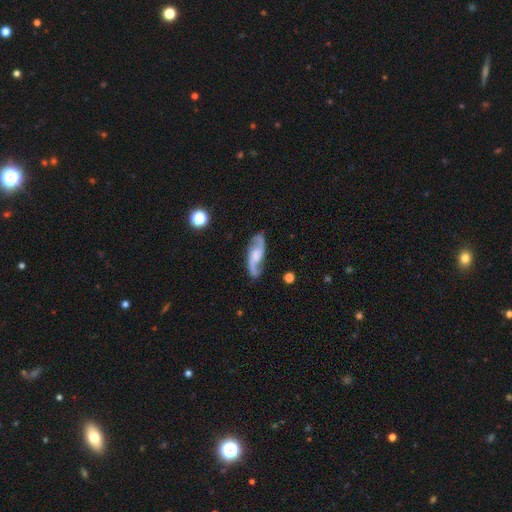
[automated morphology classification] This is clearly a featured or disk galaxy (85%). It is clearly not viewed edge-on (93%). Bar: possibly no (49%). Spiral arm pattern: clearly yes (97%). Spiral arm count: clearly 2 (93%). Spiral winding: possibly loose (53%). Central bulge: marginally moderate (32%). Merging: clearly none (80%).